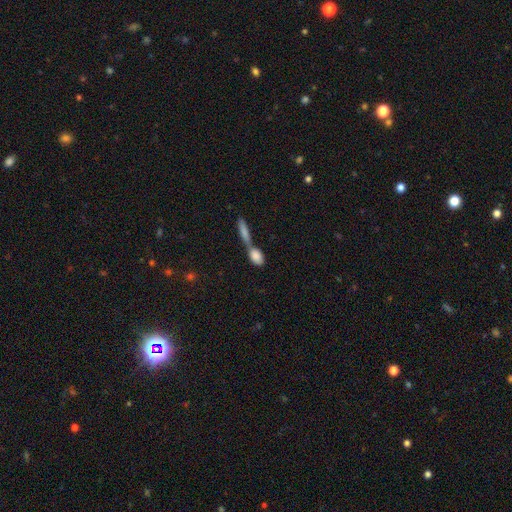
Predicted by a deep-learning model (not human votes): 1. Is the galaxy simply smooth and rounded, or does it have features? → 82% smooth, 11% featured or disk, 7% star or artifact.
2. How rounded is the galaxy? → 74% in between, 15% cigar-shaped, 11% round.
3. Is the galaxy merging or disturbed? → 59% merger, 29% none, 8% minor disturbance, 4% major disturbance.